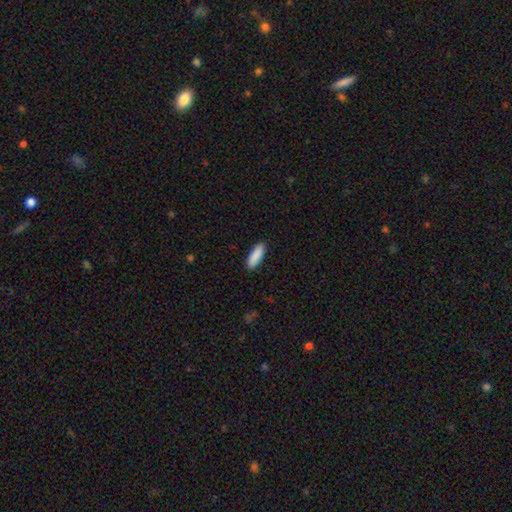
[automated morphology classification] A smooth galaxy with no disk features (90%) that is in between round and cigar-shaped (52%).

Vote fractions:
- Smooth or featured? smooth: 90% / star or artifact: 6% / featured or disk: 4%
- How rounded? in between: 52% / cigar-shaped: 47% / round: 2%
- Merging? none: 90% / minor disturbance: 7% / major disturbance: 2% / merger: 1%